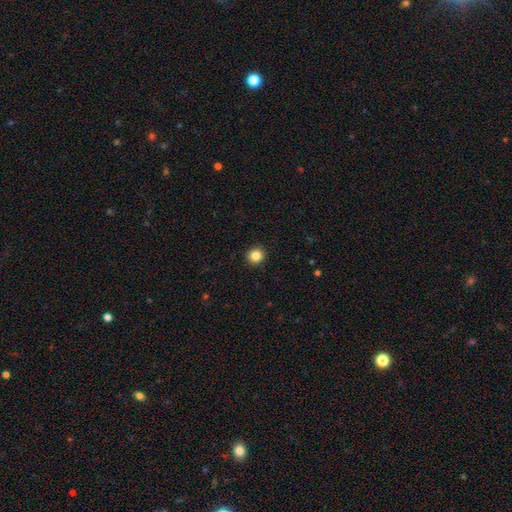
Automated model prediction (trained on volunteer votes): smooth-or-featured: smooth: 85% | star or artifact: 11% | featured or disk: 4%
  how-rounded: round: 93% | in between: 6% | cigar-shaped: 1%
  merging: none: 93% | minor disturbance: 5% | major disturbance: 2% | merger: 1%